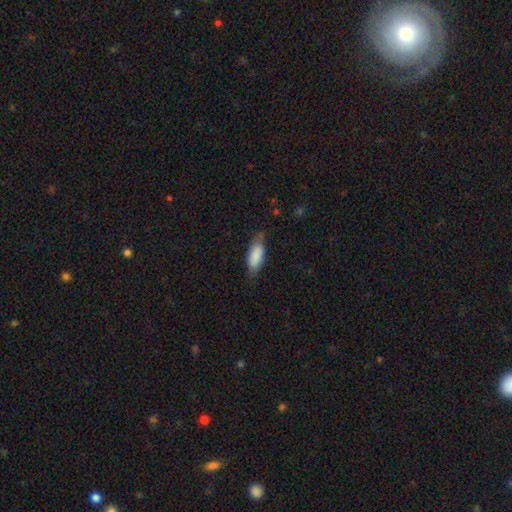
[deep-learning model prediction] smooth-or-featured: smooth: 85% | featured or disk: 9% | star or artifact: 6%
  how-rounded: in between: 77% | cigar-shaped: 21% | round: 2%
  merging: none: 73% | minor disturbance: 21% | major disturbance: 5% | merger: 1%